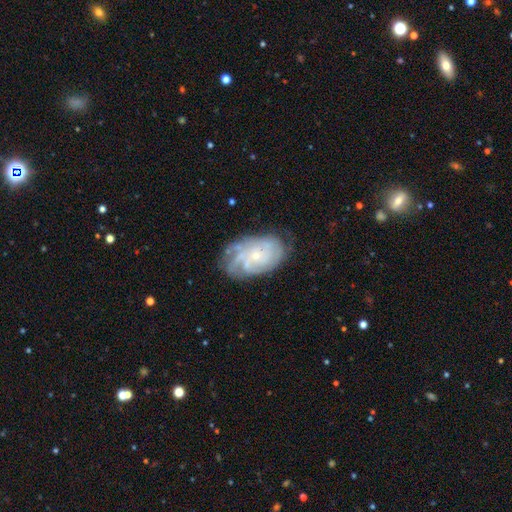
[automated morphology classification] Smooth or featured: featured or disk — 78% (smooth — 14%)
Edge-on disk: no — 96% (yes — 4%)
Bar: no — 79% (weak — 18%)
Spiral arms: yes — 91% (no — 9%)
Spiral winding: tight — 69% (medium — 24%)
Spiral arm count: can't tell — 40% (4 — 21%)
Bulge size: small — 78% (moderate — 18%)
Merging: none — 66% (minor disturbance — 22%)